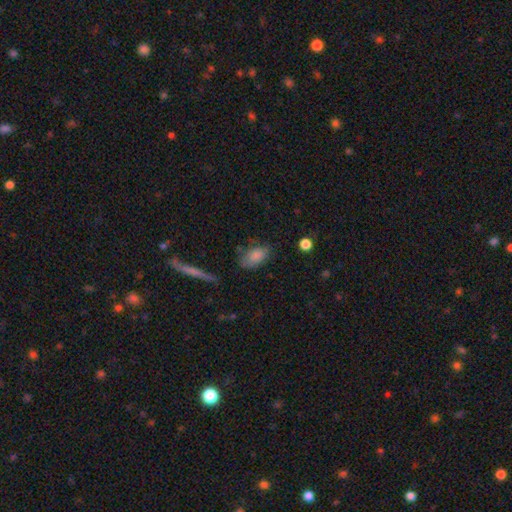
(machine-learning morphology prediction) This appears to be a smooth galaxy with no disk features (82%) that is in between round and cigar-shaped (90%). Merging: none (64%).